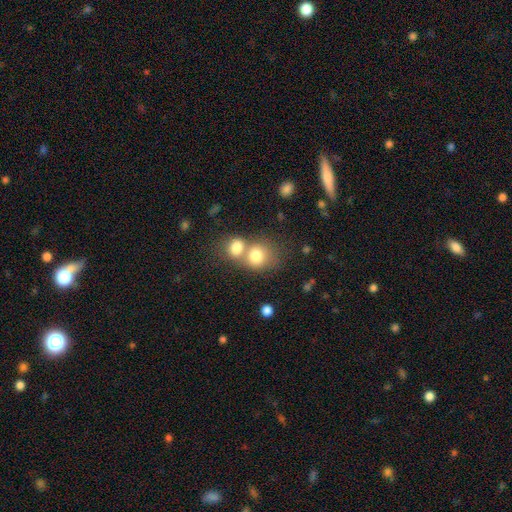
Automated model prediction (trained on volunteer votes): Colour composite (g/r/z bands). It shows a smooth galaxy with no disk features (77%) that is round (69%). Merging: merger (57%).